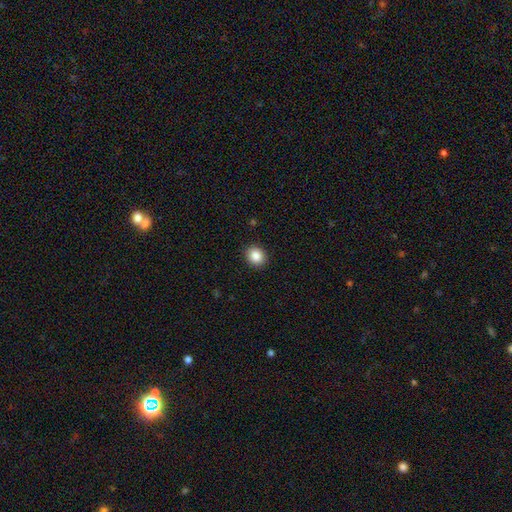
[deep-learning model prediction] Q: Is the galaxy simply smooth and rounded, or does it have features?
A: smooth — 87%.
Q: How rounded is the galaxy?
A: round — 72%.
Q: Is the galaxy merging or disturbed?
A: none — 91%.